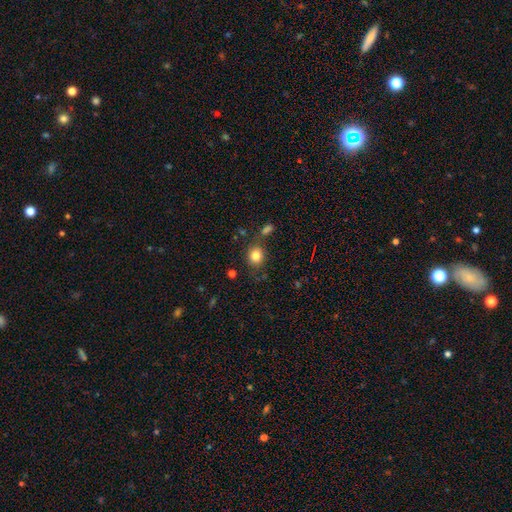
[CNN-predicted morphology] Smooth or featured?
  - smooth: 83% *
  - star or artifact: 10%
  - featured or disk: 6%
How rounded?
  - round: 69% *
  - in between: 30%
  - cigar-shaped: 1%
Merging?
  - none: 74% *
  - minor disturbance: 14%
  - merger: 8%
  - major disturbance: 5%